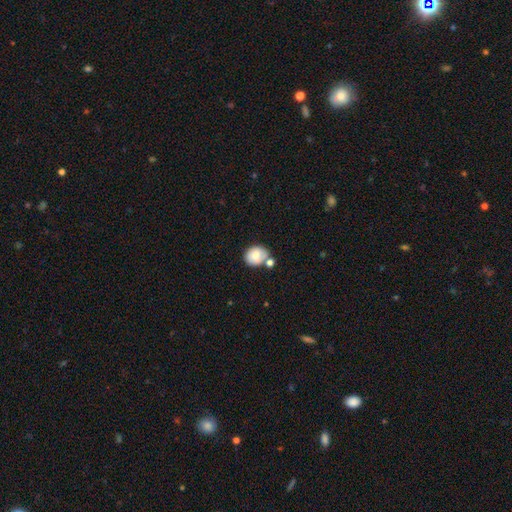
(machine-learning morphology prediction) This appears to be a smooth galaxy with no disk features (74%) that is round (63%). Merging: none (54%).